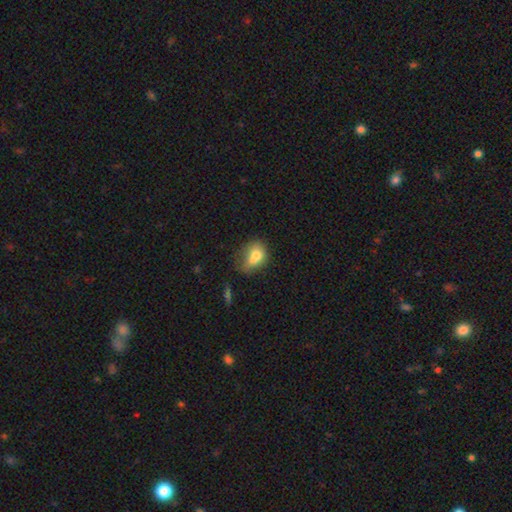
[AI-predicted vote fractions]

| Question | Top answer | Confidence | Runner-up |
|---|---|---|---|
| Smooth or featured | smooth | 73% | featured or disk (17%) |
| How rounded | in between | 61% | round (37%) |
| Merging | none | 33% | minor disturbance (28%) |